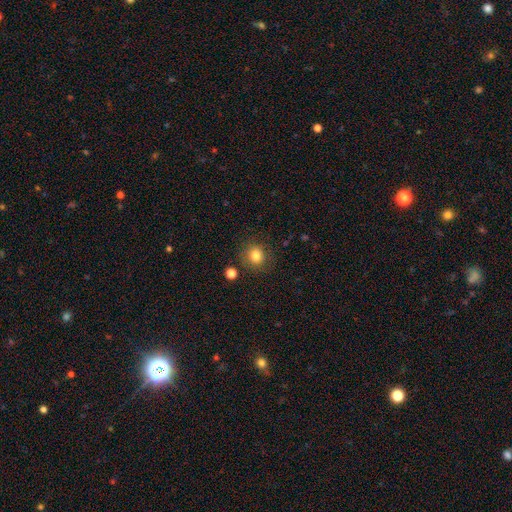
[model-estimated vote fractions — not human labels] Smooth or featured? smooth (81%)
How rounded? round (87%)
Merging? none (85%)